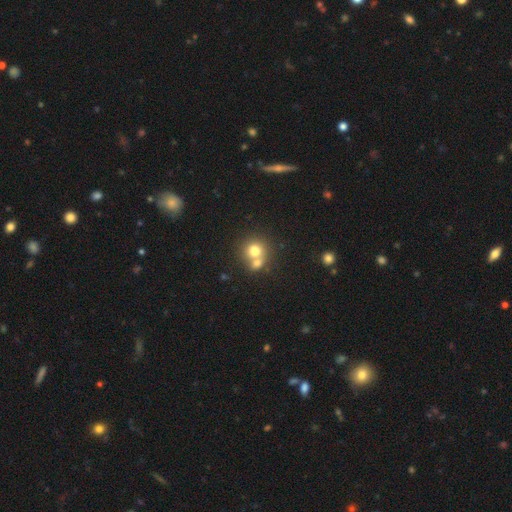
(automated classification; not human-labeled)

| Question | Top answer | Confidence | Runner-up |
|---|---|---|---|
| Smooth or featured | smooth | 71% | featured or disk (16%) |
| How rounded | round | 85% | in between (14%) |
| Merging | merger | 48% | none (43%) |